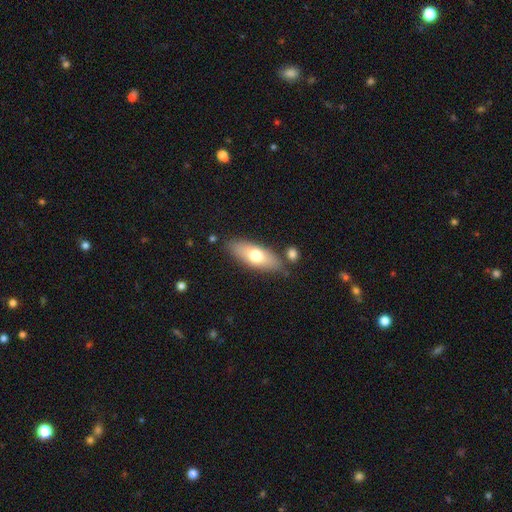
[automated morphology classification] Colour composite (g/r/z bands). It shows a smooth galaxy with no disk features (66%) that is in between round and cigar-shaped (64%). Merging: none (79%).